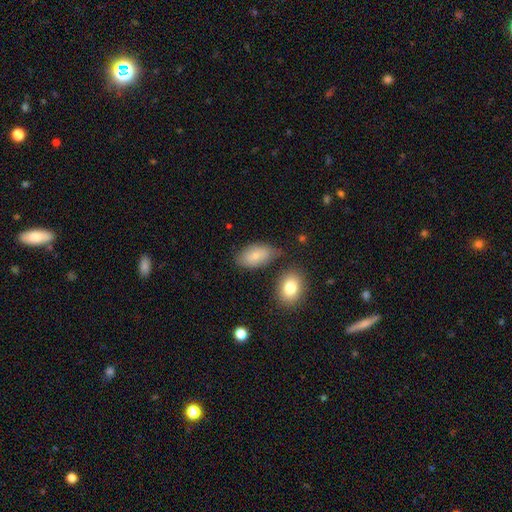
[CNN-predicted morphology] Overall: smooth (77%). How rounded: in between (92%). Merging: none (62%; minor disturbance 24%).